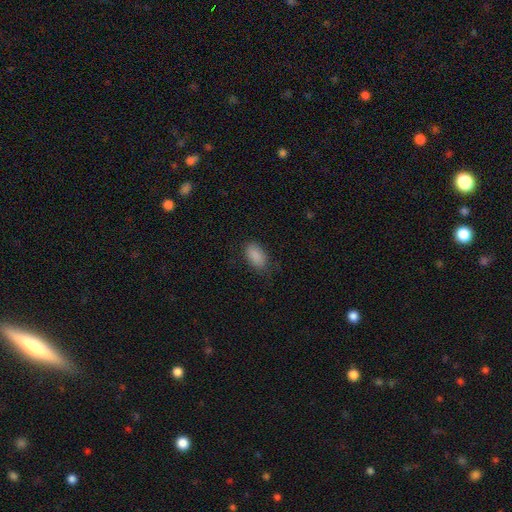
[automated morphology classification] type=smooth (89%); roundness=in between (93%); merging=none (78%).